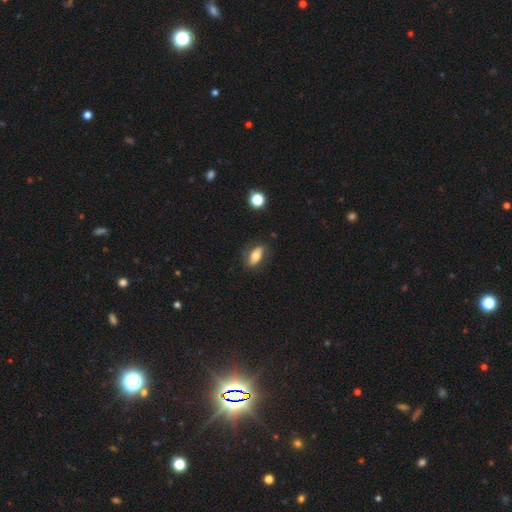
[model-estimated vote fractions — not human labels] Morphology: type=smooth (64%); roundness=in between (79%); merging=none (76%).